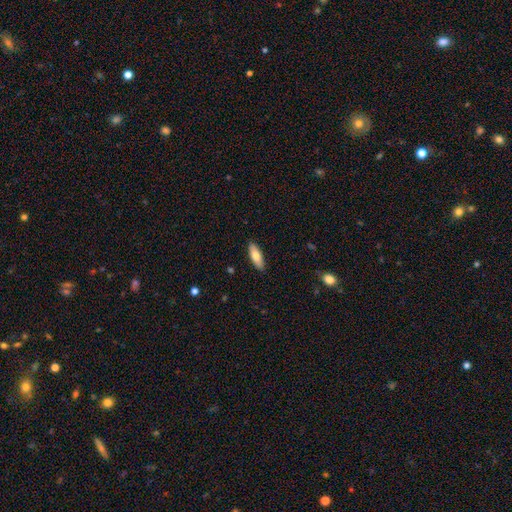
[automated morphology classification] type=smooth (74%); roundness=in between (61%); merging=none (89%).